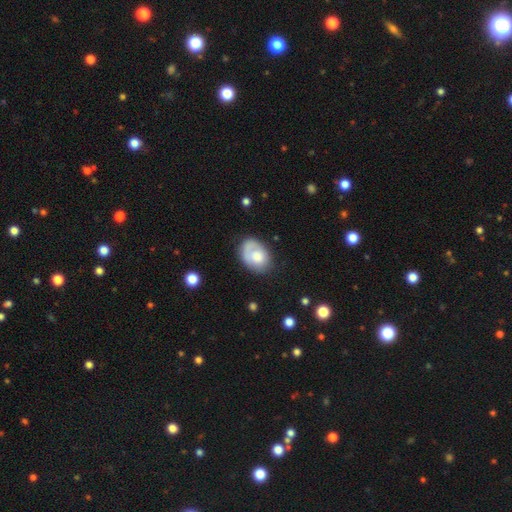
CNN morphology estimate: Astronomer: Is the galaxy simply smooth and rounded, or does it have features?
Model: smooth — 64%.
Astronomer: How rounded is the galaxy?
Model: in between — 74%.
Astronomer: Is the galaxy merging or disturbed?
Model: none — 60%.